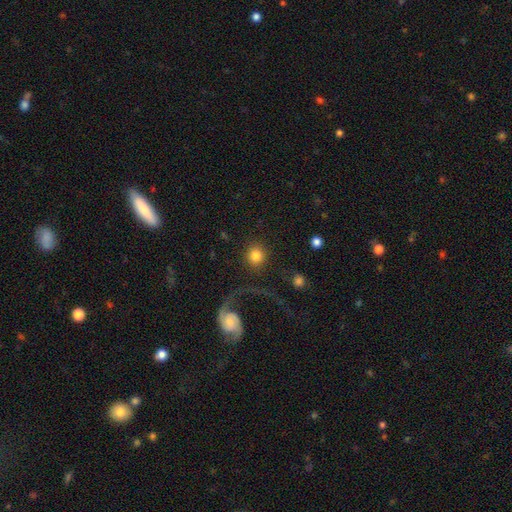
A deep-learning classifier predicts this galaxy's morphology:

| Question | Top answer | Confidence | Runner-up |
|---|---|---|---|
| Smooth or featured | smooth | 80% | featured or disk (12%) |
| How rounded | round | 92% | in between (7%) |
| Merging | none | 84% | major disturbance (6%) |